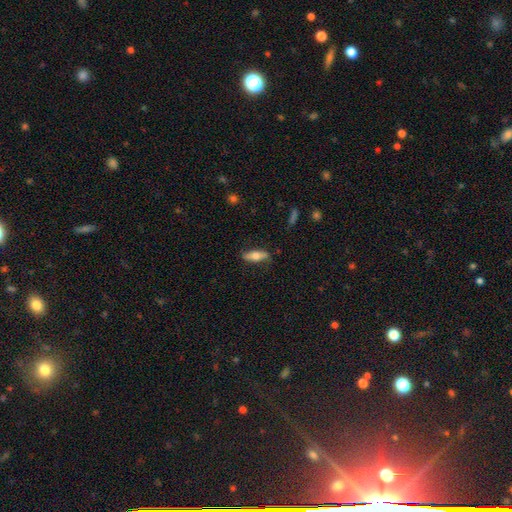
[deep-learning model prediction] smooth-or-featured: smooth: 66% | featured or disk: 28% | star or artifact: 6%
  how-rounded: in between: 54% | cigar-shaped: 44% | round: 3%
  merging: none: 81% | minor disturbance: 15% | major disturbance: 3% | merger: 1%